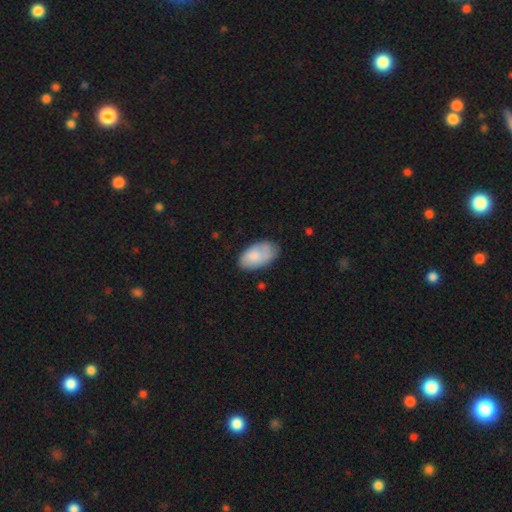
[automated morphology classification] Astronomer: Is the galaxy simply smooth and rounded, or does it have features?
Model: smooth — 79%.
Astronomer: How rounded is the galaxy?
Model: in between — 95%.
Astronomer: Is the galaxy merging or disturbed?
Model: none — 66%.